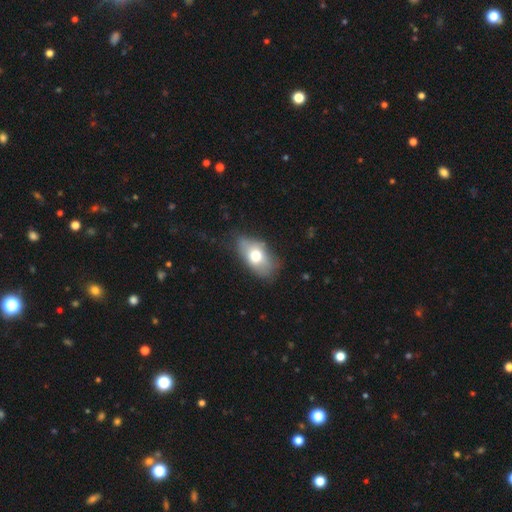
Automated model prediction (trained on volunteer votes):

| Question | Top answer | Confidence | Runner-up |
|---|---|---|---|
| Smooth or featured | smooth | 66% | featured or disk (25%) |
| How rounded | in between | 88% | round (9%) |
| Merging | none | 63% | minor disturbance (25%) |